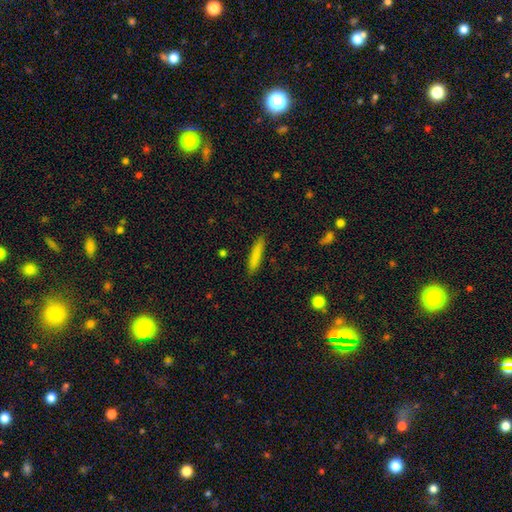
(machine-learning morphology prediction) Smooth or featured?
  - smooth: 81% *
  - featured or disk: 12%
  - star or artifact: 7%
How rounded?
  - cigar-shaped: 90% *
  - in between: 9%
  - round: 1%
Merging?
  - none: 88% *
  - minor disturbance: 9%
  - major disturbance: 2%
  - merger: 1%